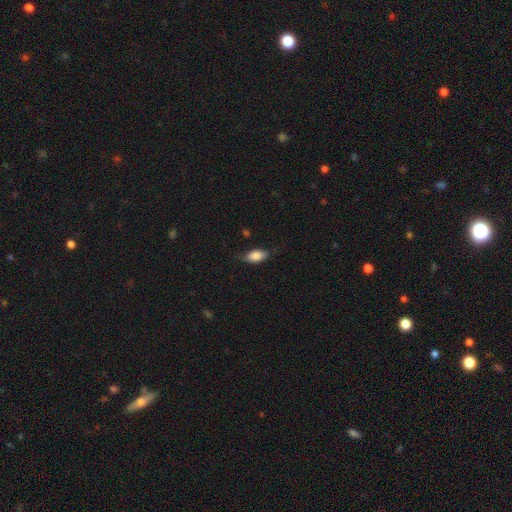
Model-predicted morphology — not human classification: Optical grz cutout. It shows a smooth galaxy with no disk features (80%) that is in between round and cigar-shaped (87%). Merging: none (70%).